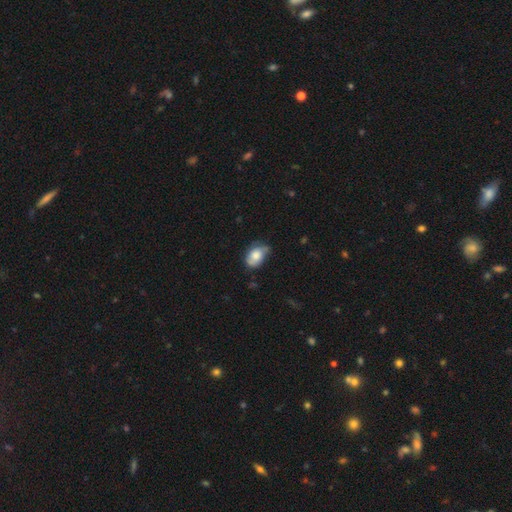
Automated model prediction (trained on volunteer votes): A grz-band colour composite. It shows a smooth galaxy with no disk features (70%) that is in between round and cigar-shaped (82%). Merging: none (46%).